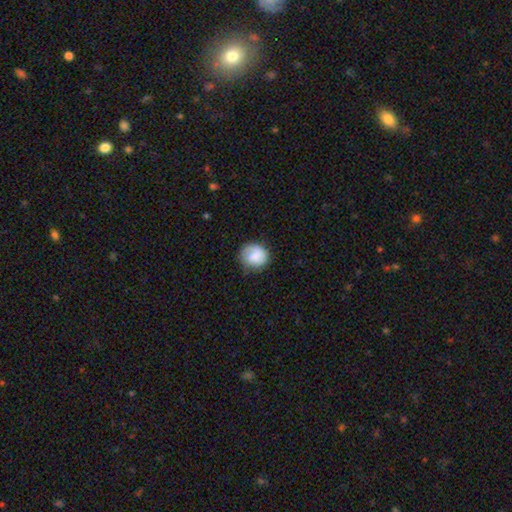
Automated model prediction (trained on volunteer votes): smooth_or_featured: smooth (p=0.80) [alt: featured or disk p=0.13]
how_rounded: round (p=0.81) [alt: in between p=0.19]
merging: none (p=0.69) [alt: minor disturbance p=0.23]